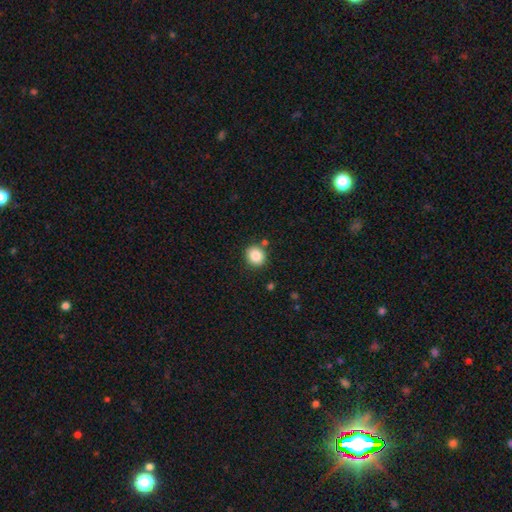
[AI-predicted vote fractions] This appears to be a smooth galaxy with no disk features (86%) that is round (82%). Merging: none (83%).